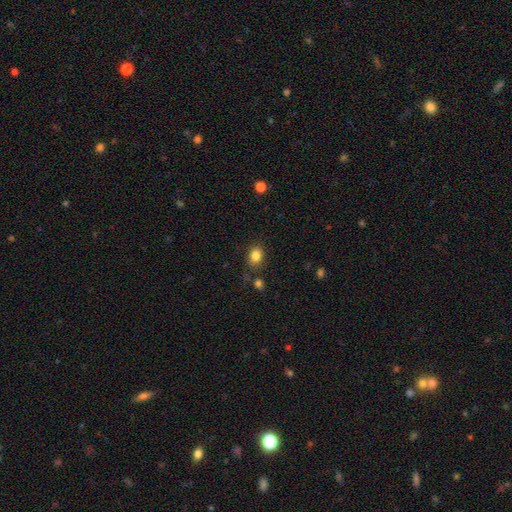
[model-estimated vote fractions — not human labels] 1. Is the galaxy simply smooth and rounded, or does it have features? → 84% smooth, 10% star or artifact, 6% featured or disk.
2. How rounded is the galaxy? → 55% in between, 44% round, 1% cigar-shaped.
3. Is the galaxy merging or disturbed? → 79% none, 13% minor disturbance, 5% merger, 4% major disturbance.